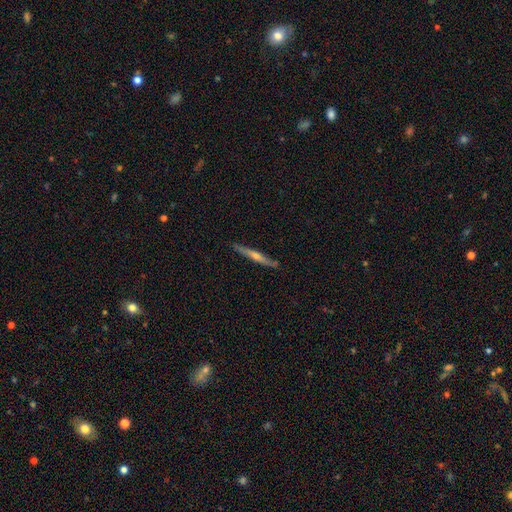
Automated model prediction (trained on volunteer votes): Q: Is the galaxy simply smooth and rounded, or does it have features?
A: featured or disk — 73%.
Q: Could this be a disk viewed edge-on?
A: yes — 98%.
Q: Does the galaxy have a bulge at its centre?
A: rounded — 80%.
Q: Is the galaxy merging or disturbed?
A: none — 90%.